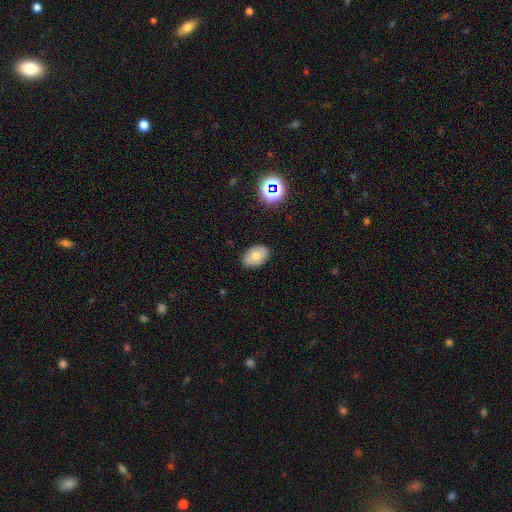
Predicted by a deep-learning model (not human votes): Smooth or featured? smooth (67%)
How rounded? in between (82%)
Merging? none (85%)